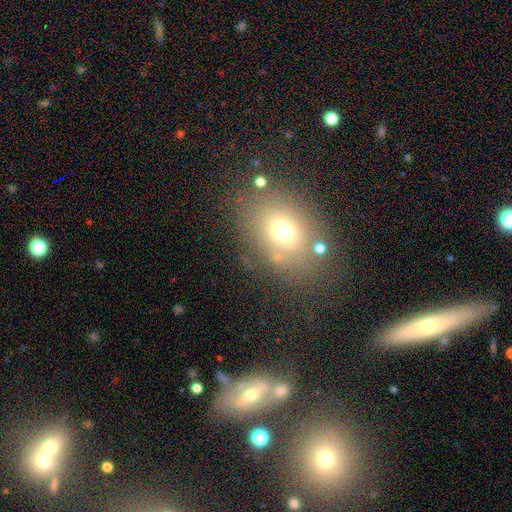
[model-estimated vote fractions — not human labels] Overall: smooth (52%; star or artifact 29%). How rounded: in between (59%; round 38%). Merging: none (76%).